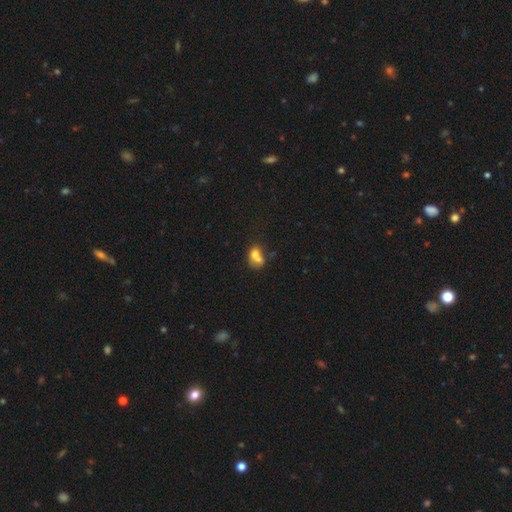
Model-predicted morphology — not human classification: A smooth galaxy with no disk features (68%) that is in between round and cigar-shaped (56%). Merging: merger (61%).